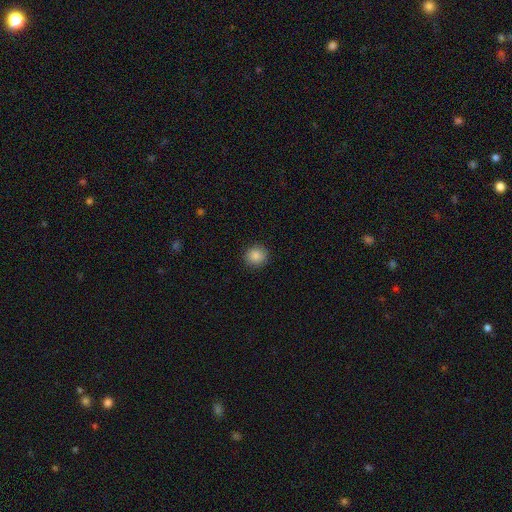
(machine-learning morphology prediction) The model was most divided on "smooth or featured": smooth: 87%, star or artifact: 10%, featured or disk: 4%. More confident: merging — none (91%); how rounded — round (89%).